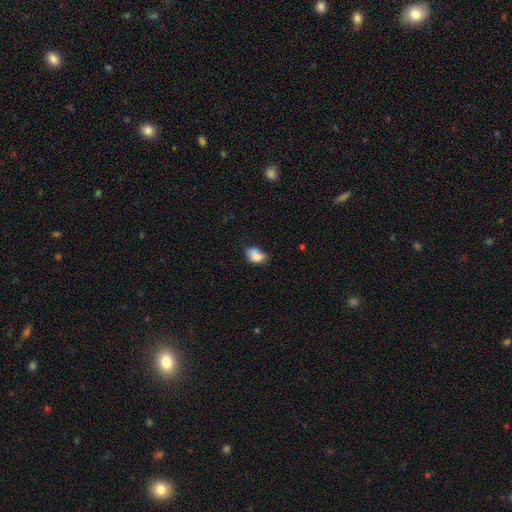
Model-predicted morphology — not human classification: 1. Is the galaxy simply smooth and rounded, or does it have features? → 74% smooth, 16% featured or disk, 10% star or artifact.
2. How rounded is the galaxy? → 77% in between, 21% round, 2% cigar-shaped.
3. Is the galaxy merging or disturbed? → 34% none, 31% minor disturbance, 21% merger, 14% major disturbance.